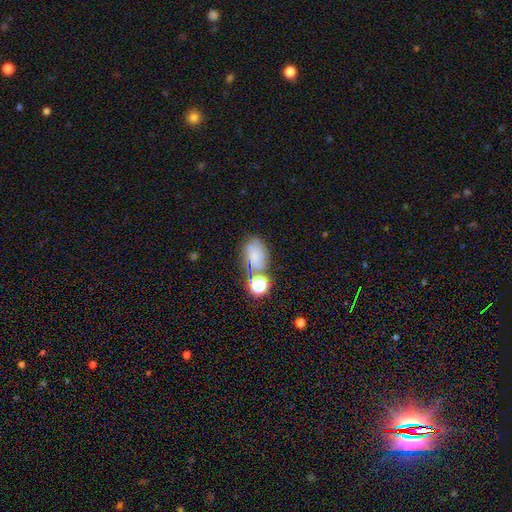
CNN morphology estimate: Smooth or featured?
  - smooth: 53% *
  - featured or disk: 24%
  - star or artifact: 22%
How rounded?
  - in between: 69% *
  - round: 29%
  - cigar-shaped: 2%
Merging?
  - none: 54% *
  - minor disturbance: 20%
  - merger: 17%
  - major disturbance: 9%